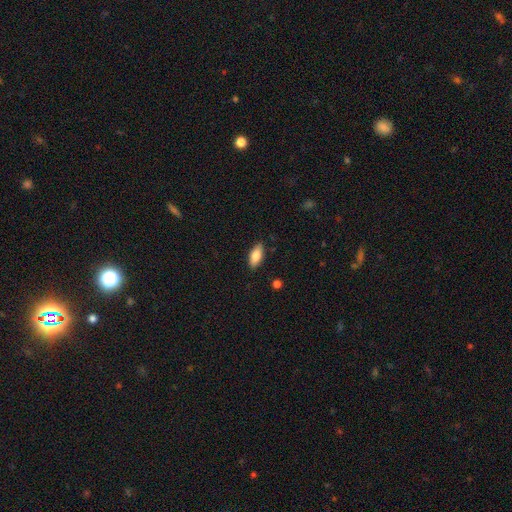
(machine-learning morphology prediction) This appears to be a smooth galaxy with no disk features (78%) that is in between round and cigar-shaped (83%). Merging: none (86%).